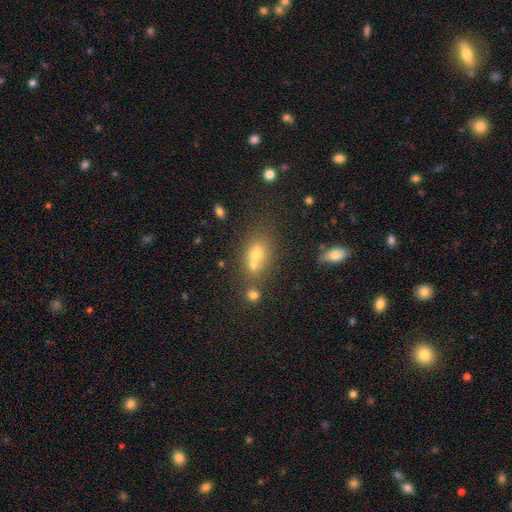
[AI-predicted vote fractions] smooth 60%, featured or disk 21%, star or artifact 19%. Down the decision tree: how rounded — in between (54%); merging — merger (49%).